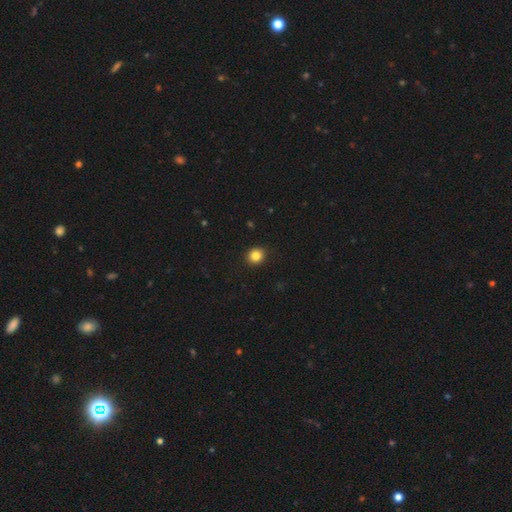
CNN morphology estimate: This appears to be a smooth galaxy with no disk features (84%) that is round (79%). Merging: none (90%).